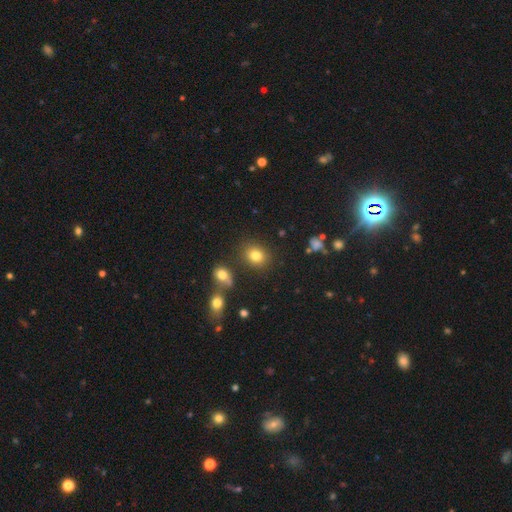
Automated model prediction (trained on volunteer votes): Morphology: type=smooth (80%); roundness=round (64%); merging=none (81%).